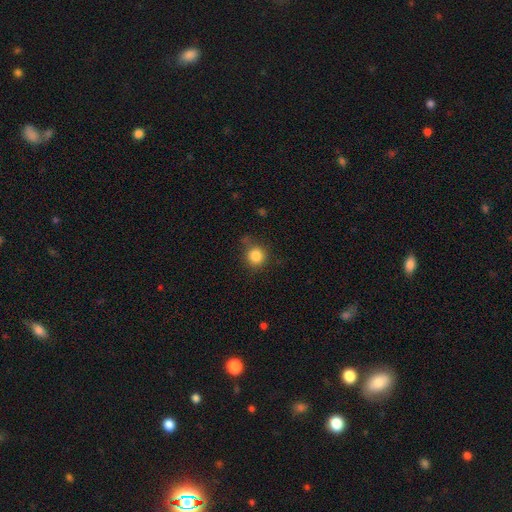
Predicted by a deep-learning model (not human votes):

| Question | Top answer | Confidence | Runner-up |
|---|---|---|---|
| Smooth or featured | smooth | 84% | star or artifact (11%) |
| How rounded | round | 92% | in between (7%) |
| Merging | none | 79% | minor disturbance (13%) |